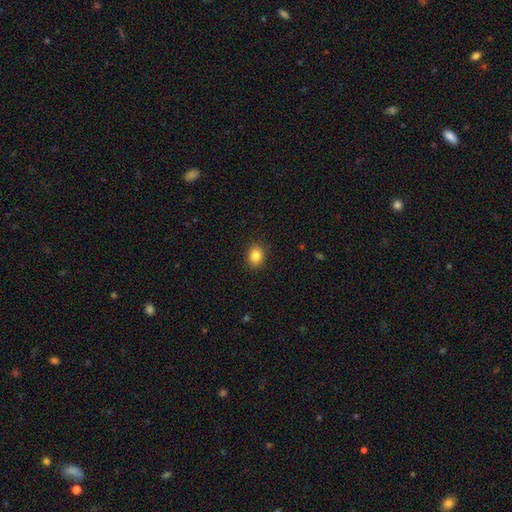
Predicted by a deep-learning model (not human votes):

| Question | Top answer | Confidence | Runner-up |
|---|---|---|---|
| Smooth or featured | smooth | 85% | star or artifact (10%) |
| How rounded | round | 53% | in between (46%) |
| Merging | none | 90% | minor disturbance (7%) |